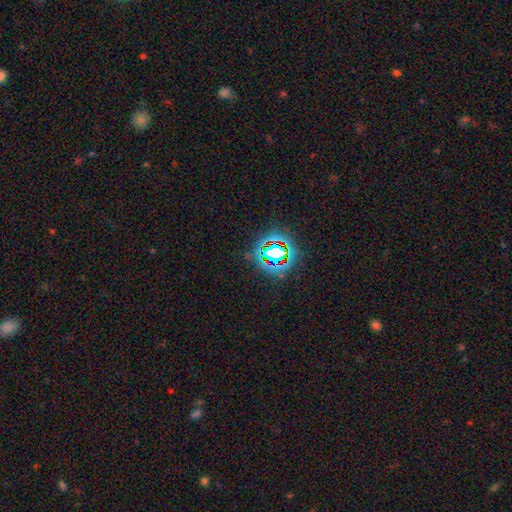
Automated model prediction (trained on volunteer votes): Morphology: type=star or artifact (78%).